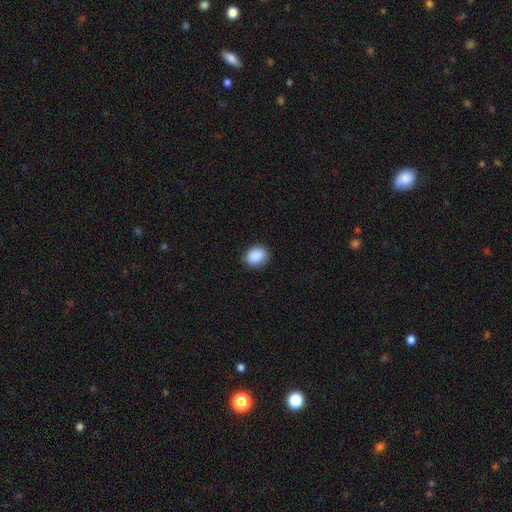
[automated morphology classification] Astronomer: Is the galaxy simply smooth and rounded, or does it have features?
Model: smooth — 90%.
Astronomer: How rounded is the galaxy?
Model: round — 52% (runner-up: in between, 47%).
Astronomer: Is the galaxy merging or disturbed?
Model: none — 86%.